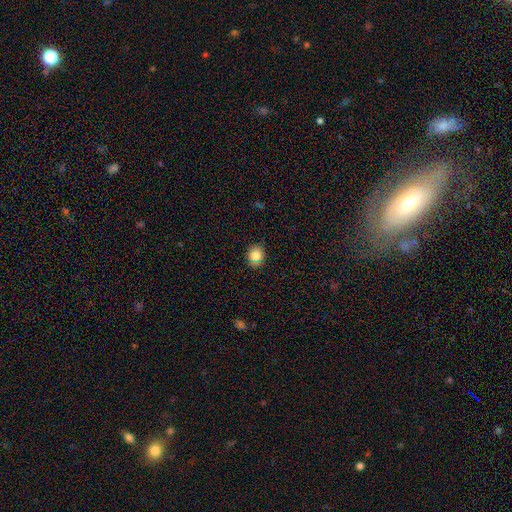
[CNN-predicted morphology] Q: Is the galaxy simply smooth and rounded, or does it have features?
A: smooth — 81%.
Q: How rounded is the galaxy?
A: round — 68%.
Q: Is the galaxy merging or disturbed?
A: none — 86%.